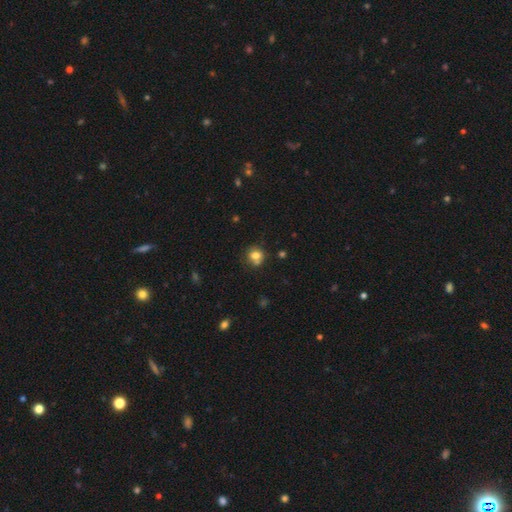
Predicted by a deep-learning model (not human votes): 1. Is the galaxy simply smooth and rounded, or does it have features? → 75% smooth, 13% featured or disk, 12% star or artifact.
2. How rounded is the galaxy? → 80% round, 19% in between, 1% cigar-shaped.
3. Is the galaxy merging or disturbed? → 55% none, 24% merger, 16% minor disturbance, 5% major disturbance.